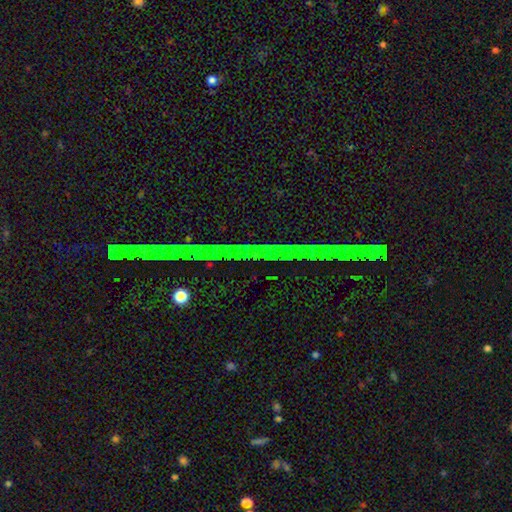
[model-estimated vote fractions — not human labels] smooth-or-featured: star or artifact: 86% | featured or disk: 8% | smooth: 6%